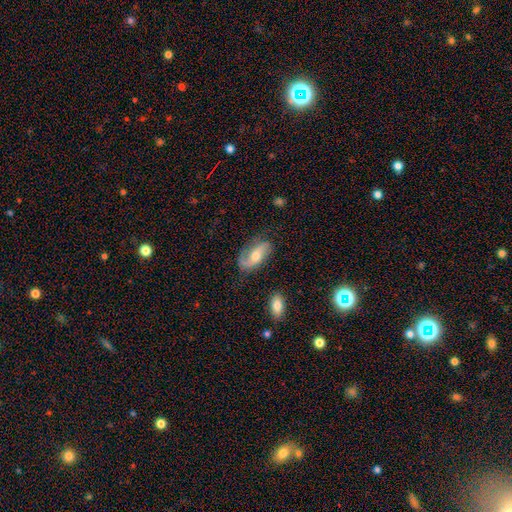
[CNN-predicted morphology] Overall: featured or disk (72%). Edge-on disk: no (95%). Bar: no (49%; weak 37%). Spiral arms: yes (93%). Spiral arm count: 2 (76%). Spiral winding: loose (51%; medium 35%). Bulge size: moderate (62%; small 28%). Merging: none (66%).